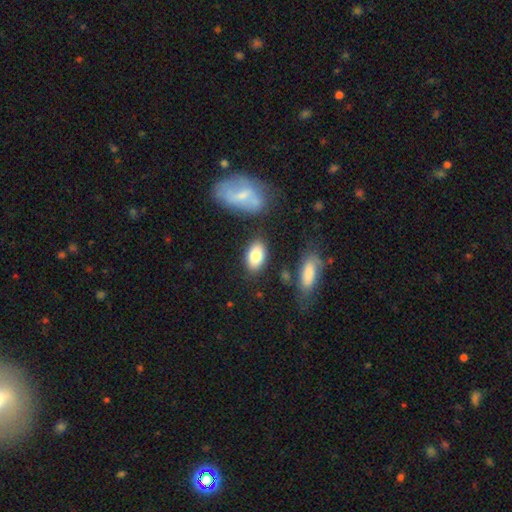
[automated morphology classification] type=smooth (80%); roundness=in between (92%); merging=none (80%).